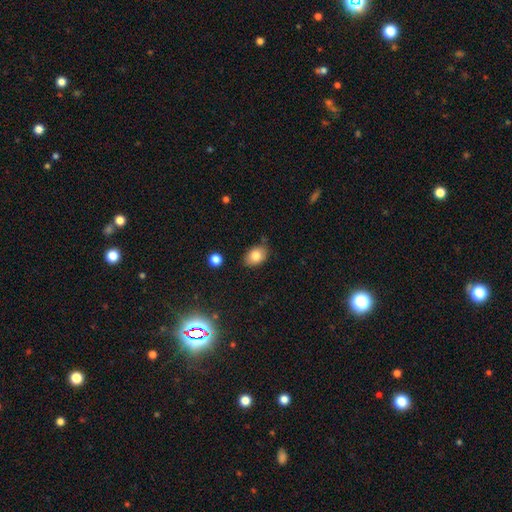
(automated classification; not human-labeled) Smooth or featured: smooth — 80% (featured or disk — 10%)
How rounded: in between — 79% (round — 20%)
Merging: none — 79% (minor disturbance — 16%)